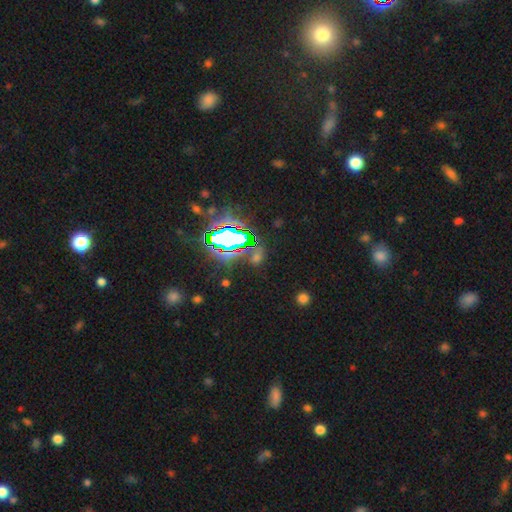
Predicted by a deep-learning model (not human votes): Morphology: type=star or artifact (69%).